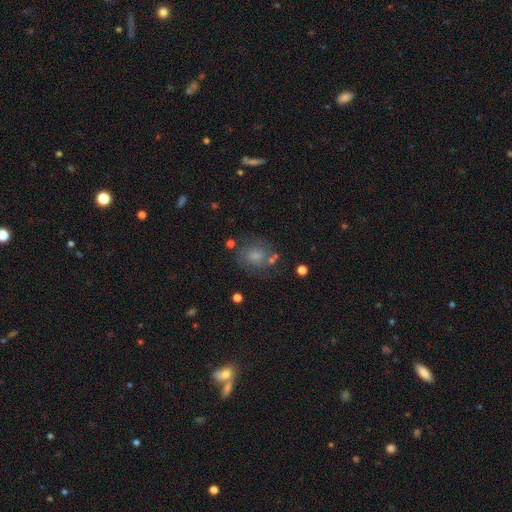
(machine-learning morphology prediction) Q: Smooth or featured?
A: smooth (58%); runner-up: featured or disk (27%)
Q: How rounded?
A: round (64%); runner-up: in between (34%)
Q: Merging?
A: none (67%); runner-up: minor disturbance (18%)